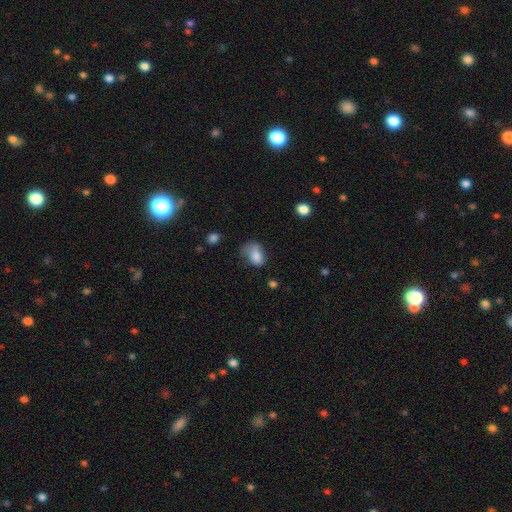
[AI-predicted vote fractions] Smooth or featured? Predicted: smooth (p=0.80). How rounded? Predicted: in between (p=0.79). Merging? Predicted: minor disturbance (p=0.36).